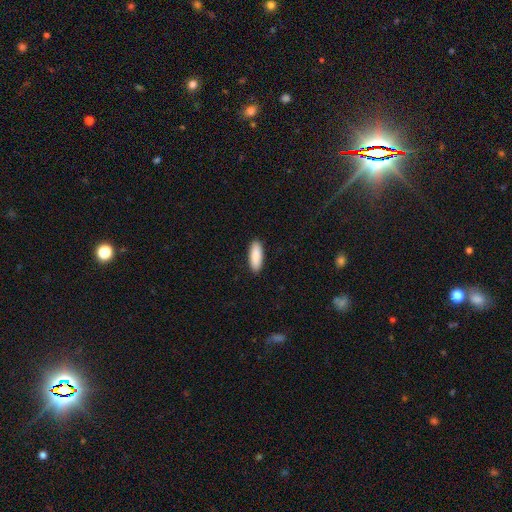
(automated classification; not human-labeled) Morphology: type=smooth (90%); roundness=in between (68%); merging=none (91%).